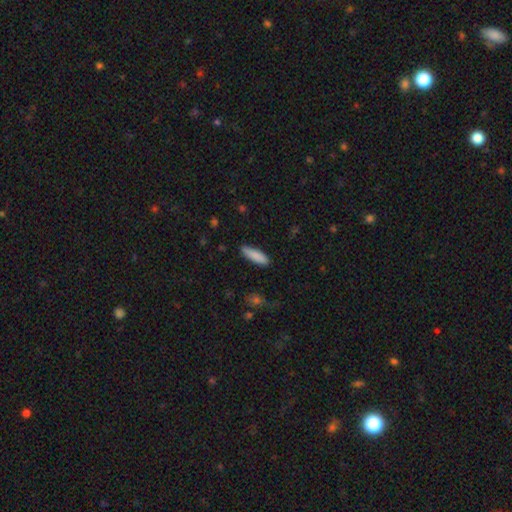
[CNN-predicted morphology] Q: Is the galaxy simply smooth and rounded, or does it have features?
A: smooth — 88%.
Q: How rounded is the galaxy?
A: cigar-shaped — 57%.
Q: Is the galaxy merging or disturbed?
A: none — 85%.